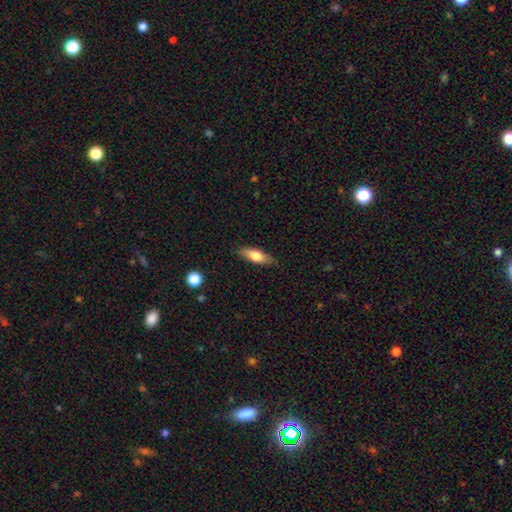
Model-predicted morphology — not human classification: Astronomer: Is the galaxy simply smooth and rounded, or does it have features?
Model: smooth — 68%.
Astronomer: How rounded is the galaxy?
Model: in between — 59% (runner-up: cigar-shaped, 39%).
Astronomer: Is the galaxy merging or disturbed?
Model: none — 84%.